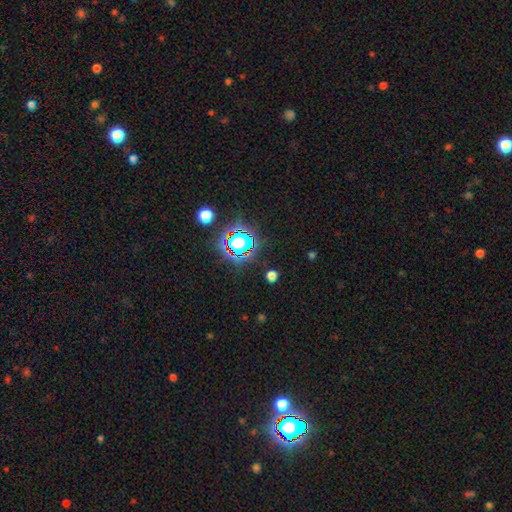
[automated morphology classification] A star or artifact, not a galaxy (79%).

Vote fractions:
- Smooth or featured? star or artifact: 79% / smooth: 13% / featured or disk: 8%